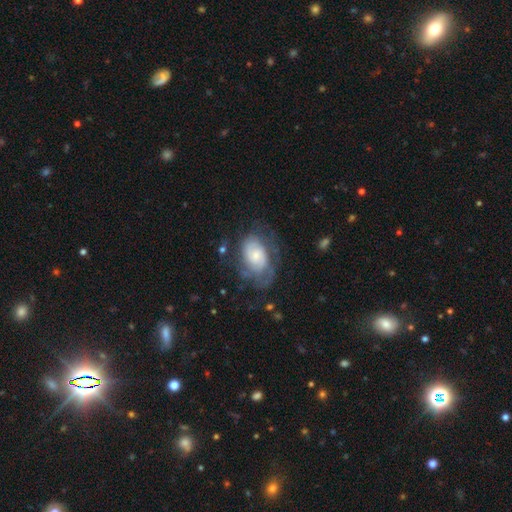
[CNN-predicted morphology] smooth-or-featured: featured or disk: 64% | smooth: 28% | star or artifact: 7%
  disk-edge-on: no: 96% | yes: 4%
    bar: no: 72% | weak: 24% | strong: 4%
    has-spiral-arms: yes: 81% | no: 19%
      spiral-winding: tight: 49% | medium: 36% | loose: 15%
      spiral-arm-count: can't tell: 45% | 2: 33% | 3: 9% | 1: 5% | 4: 4% | more than 4: 3%
    bulge-size: small: 52% | moderate: 34% | large: 9% | none: 4% | dominant: 2%
  merging: none: 53% | minor disturbance: 24% | major disturbance: 21% | merger: 2%